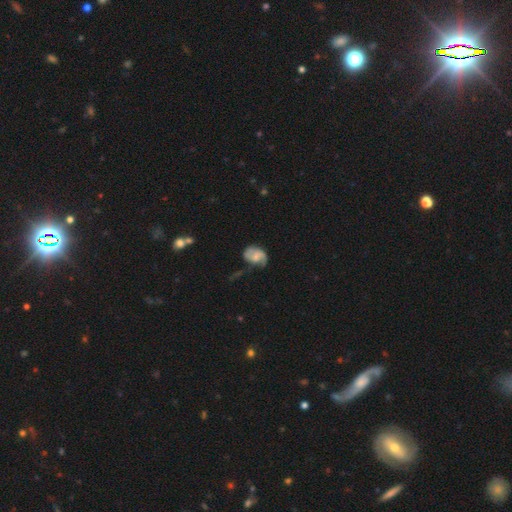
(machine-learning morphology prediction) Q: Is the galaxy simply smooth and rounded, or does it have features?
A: featured or disk — 57%.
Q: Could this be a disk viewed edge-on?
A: no — 97%.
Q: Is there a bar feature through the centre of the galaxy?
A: no — 57%.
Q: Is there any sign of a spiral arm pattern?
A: yes — 81%.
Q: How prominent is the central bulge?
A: small — 33%.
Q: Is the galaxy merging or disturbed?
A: none — 42%.